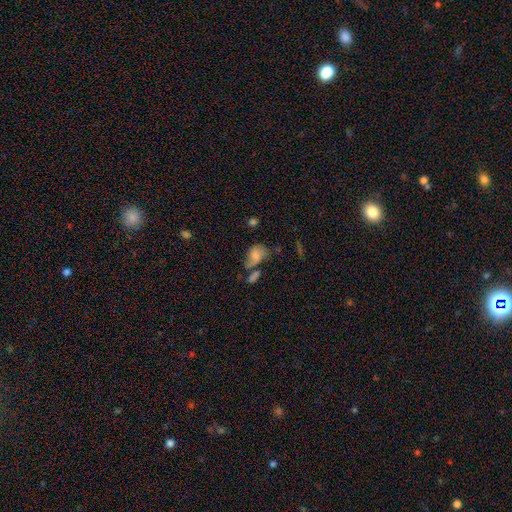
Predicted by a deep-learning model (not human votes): A smooth galaxy with no disk features (66%) that is in between round and cigar-shaped (77%). Merging: none (30%).